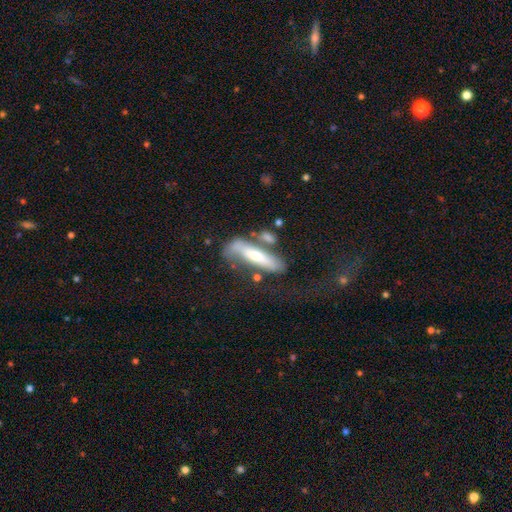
Morphology: type=featured or disk (56%); edge-on=yes (65%); edge-on bulge=rounded (69%); merging=minor disturbance (44%).